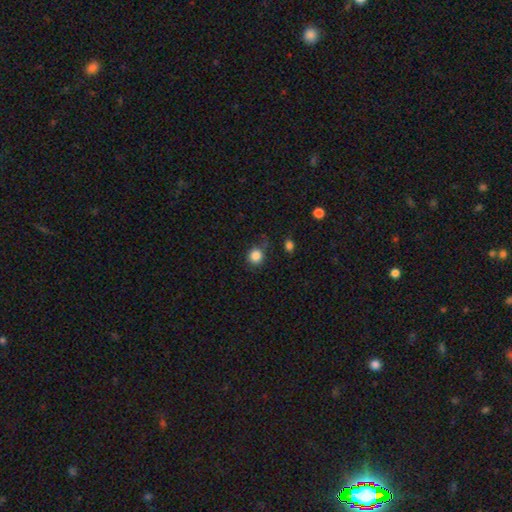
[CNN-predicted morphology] This is clearly a smooth galaxy (85%). How rounded: clearly round (87%). Merging: likely none (75%).